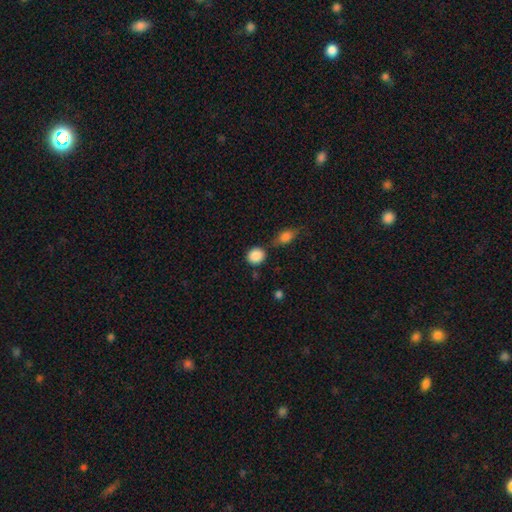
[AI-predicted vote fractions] Q: Smooth or featured?
A: smooth (88%); runner-up: star or artifact (8%)
Q: How rounded?
A: round (81%); runner-up: in between (18%)
Q: Merging?
A: none (72%); runner-up: minor disturbance (14%)